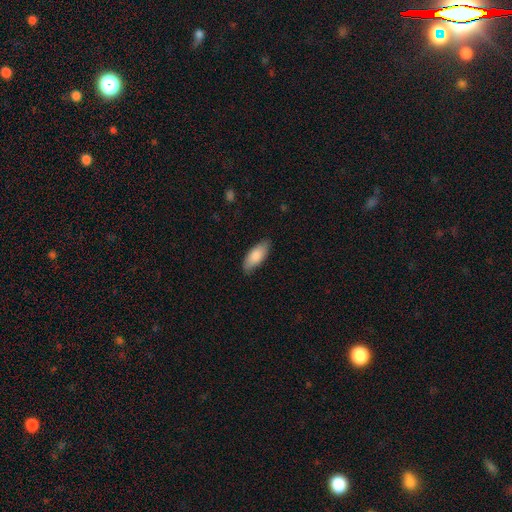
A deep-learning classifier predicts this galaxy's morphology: Overall: smooth (85%). How rounded: in between (81%). Merging: none (83%).